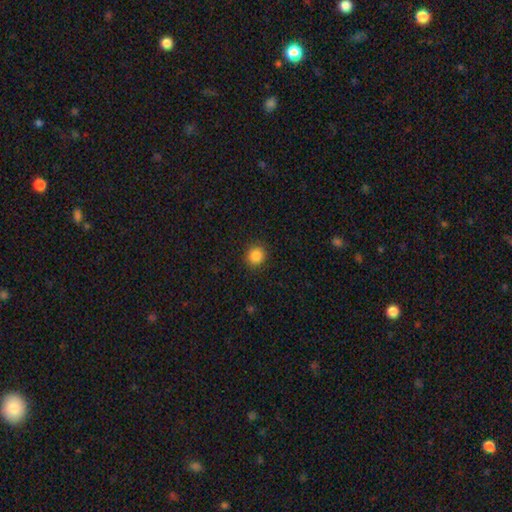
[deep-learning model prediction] This appears to be a smooth galaxy with no disk features (86%) that is round (87%). Merging: none (90%).